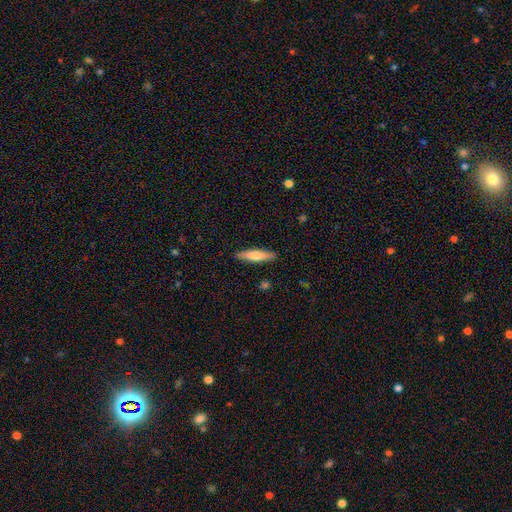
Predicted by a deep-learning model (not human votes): A smooth galaxy with no disk features (67%) that is cigar-shaped (79%).

Vote fractions:
- Smooth or featured? smooth: 67% / featured or disk: 27% / star or artifact: 6%
- How rounded? cigar-shaped: 79% / in between: 20% / round: 2%
- Merging? none: 89% / minor disturbance: 8% / major disturbance: 2% / merger: 1%